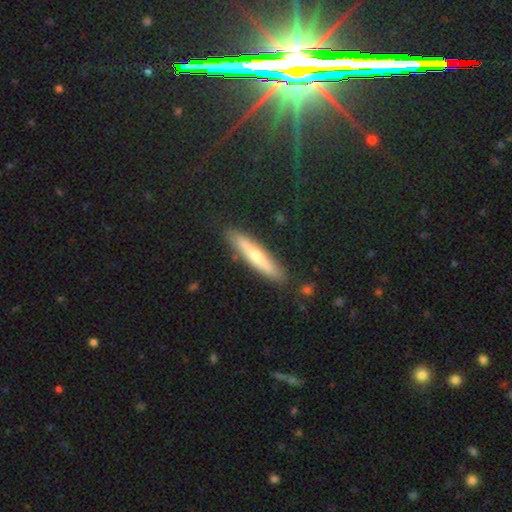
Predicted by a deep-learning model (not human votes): smooth 50%, featured or disk 42%, star or artifact 7%. Down the decision tree: how rounded — cigar-shaped (88%); merging — none (87%).